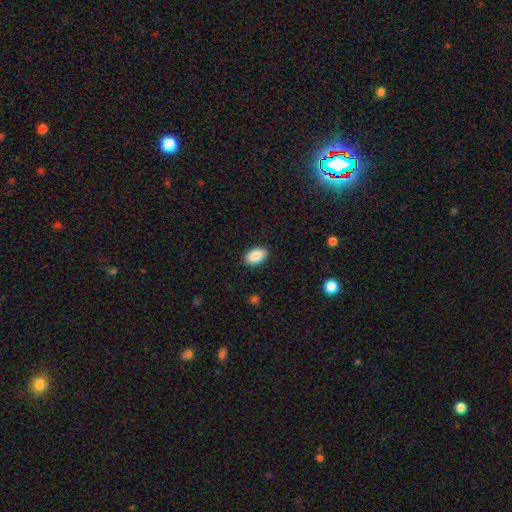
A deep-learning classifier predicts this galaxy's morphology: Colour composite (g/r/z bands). It shows a smooth galaxy with no disk features (89%) that is in between round and cigar-shaped (93%). Merging: none (89%).